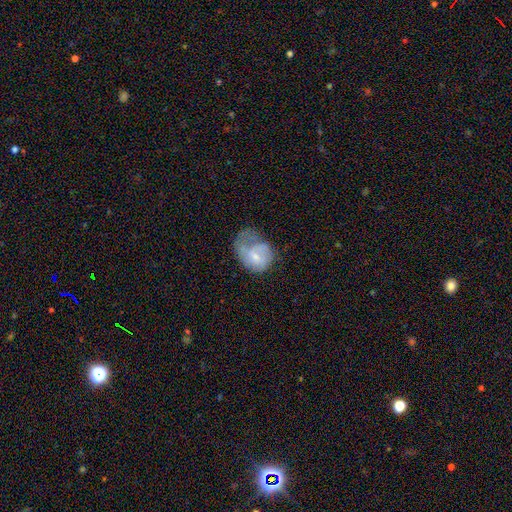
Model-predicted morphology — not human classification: Overall: featured or disk (47%; smooth 46%). Merging: major disturbance (50%; minor disturbance 27%).